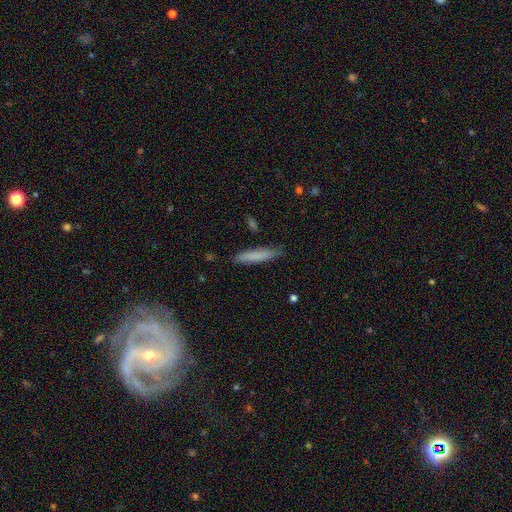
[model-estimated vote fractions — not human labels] smooth_or_featured: smooth (p=0.78) [alt: featured or disk p=0.15]
how_rounded: cigar-shaped (p=0.90) [alt: in between p=0.09]
merging: none (p=0.83) [alt: minor disturbance p=0.13]